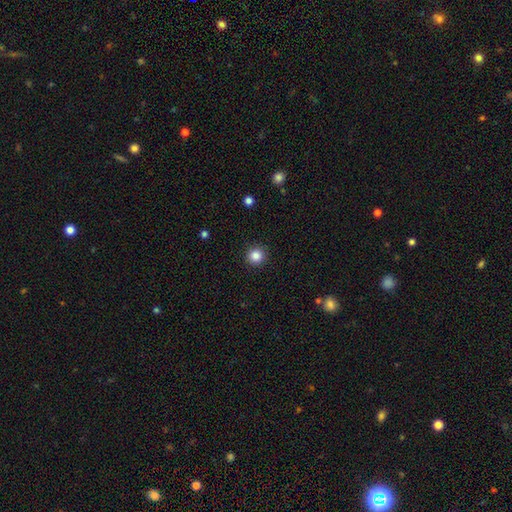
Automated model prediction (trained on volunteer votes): This appears to be a smooth galaxy with no disk features (85%) that is round (94%). Merging: none (92%).